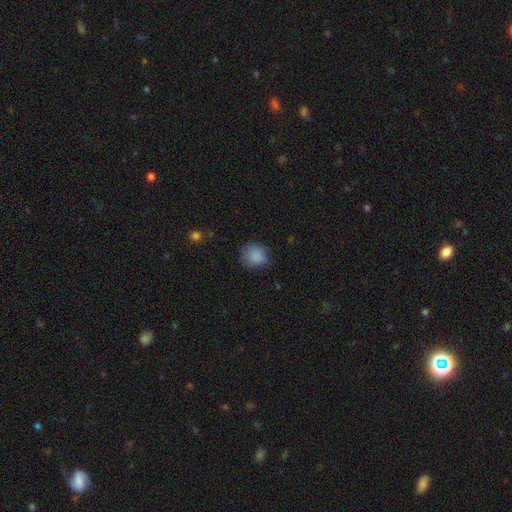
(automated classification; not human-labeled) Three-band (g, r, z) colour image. It shows a smooth galaxy with no disk features (86%) that is round (82%). Merging: none (75%).